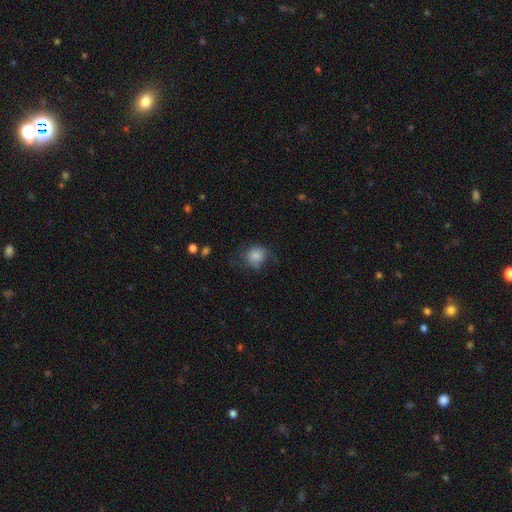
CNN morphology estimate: This appears to be a smooth galaxy with no disk features (81%) that is round (77%). Merging: none (56%).